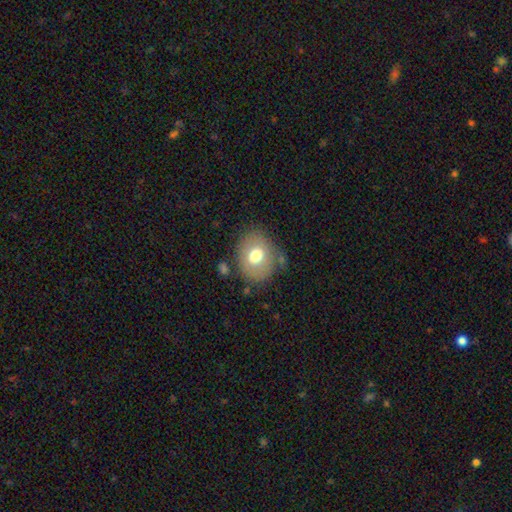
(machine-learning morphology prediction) This appears to be a smooth galaxy with no disk features (68%) that is round (55%). Merging: none (72%).